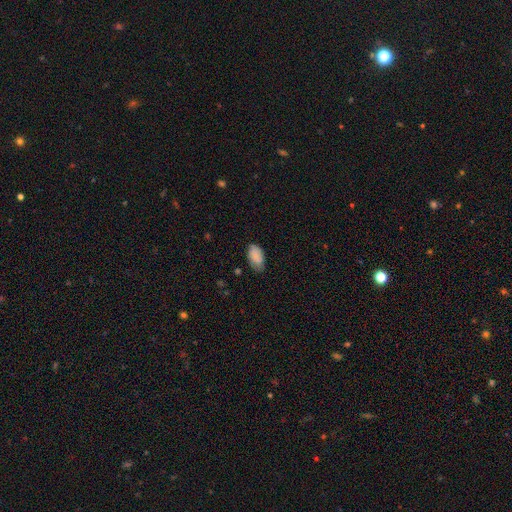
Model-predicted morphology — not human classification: This appears to be a smooth galaxy with no disk features (84%) that is in between round and cigar-shaped (94%). Merging: none (69%).